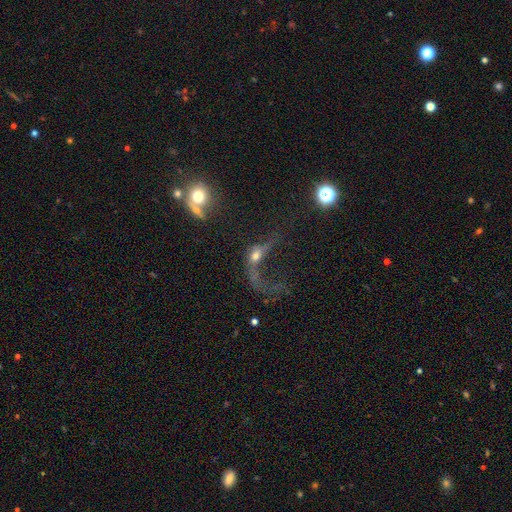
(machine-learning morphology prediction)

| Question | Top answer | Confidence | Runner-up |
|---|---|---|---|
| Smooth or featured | featured or disk | 48% | smooth (33%) |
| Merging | major disturbance | 52% | merger (21%) |